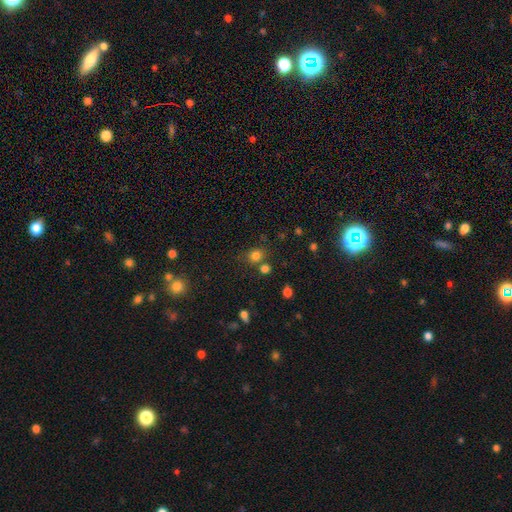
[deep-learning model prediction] A smooth galaxy with no disk features (78%) that is round (77%).

Vote fractions:
- Smooth or featured? smooth: 78% / star or artifact: 15% / featured or disk: 6%
- How rounded? round: 77% / in between: 22% / cigar-shaped: 1%
- Merging? none: 68% / merger: 16% / minor disturbance: 11% / major disturbance: 4%